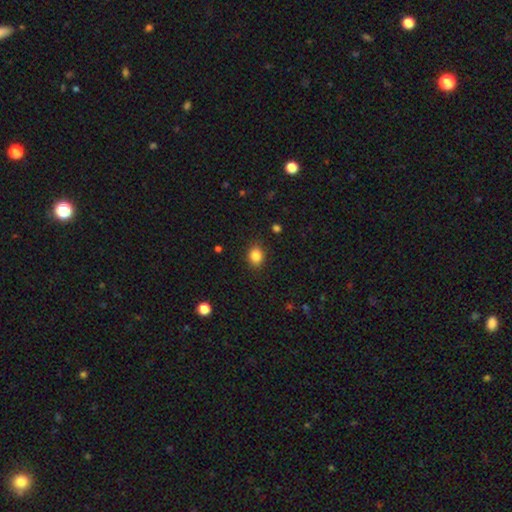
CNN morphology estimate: type=smooth (85%); roundness=round (60%); merging=none (88%).